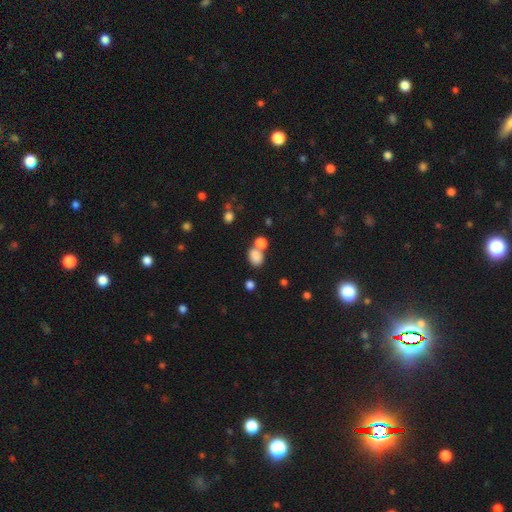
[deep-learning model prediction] Smooth or featured? Predicted: smooth (p=0.82). How rounded? Predicted: in between (p=0.70). Merging? Predicted: none (p=0.48).